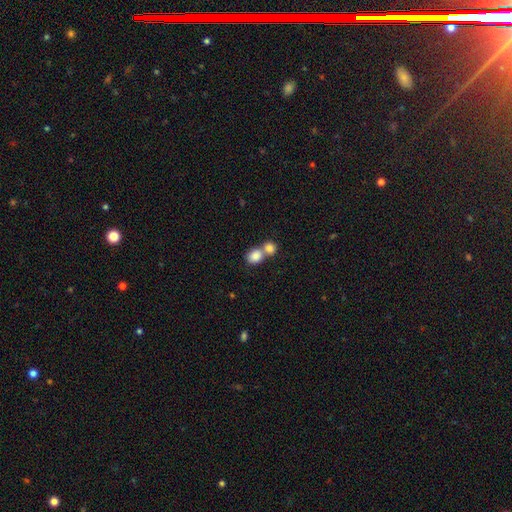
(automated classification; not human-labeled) Smooth or featured: smooth — 84% (star or artifact — 8%)
How rounded: round — 68% (in between — 31%)
Merging: merger — 60% (none — 31%)